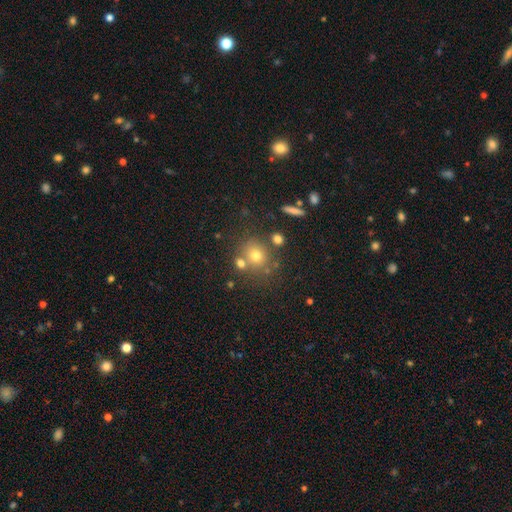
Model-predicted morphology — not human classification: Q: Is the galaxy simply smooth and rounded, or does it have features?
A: smooth — 68%.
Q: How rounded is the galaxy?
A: round — 81%.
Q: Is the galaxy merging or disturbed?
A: none — 68%.